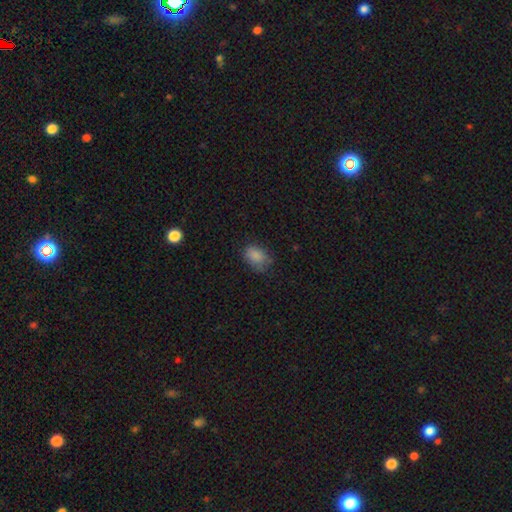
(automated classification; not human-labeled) A smooth galaxy with no disk features (85%) that is in between round and cigar-shaped (80%).

Vote fractions:
- Smooth or featured? smooth: 85% / star or artifact: 9% / featured or disk: 6%
- How rounded? in between: 80% / round: 19% / cigar-shaped: 1%
- Merging? none: 67% / minor disturbance: 25% / major disturbance: 7% / merger: 2%